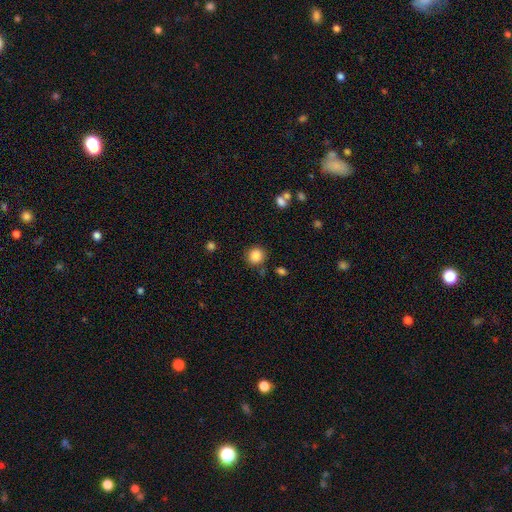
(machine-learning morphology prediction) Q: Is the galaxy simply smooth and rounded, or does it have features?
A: smooth — 86%.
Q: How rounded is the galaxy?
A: round — 90%.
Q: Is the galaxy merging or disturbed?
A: none — 82%.